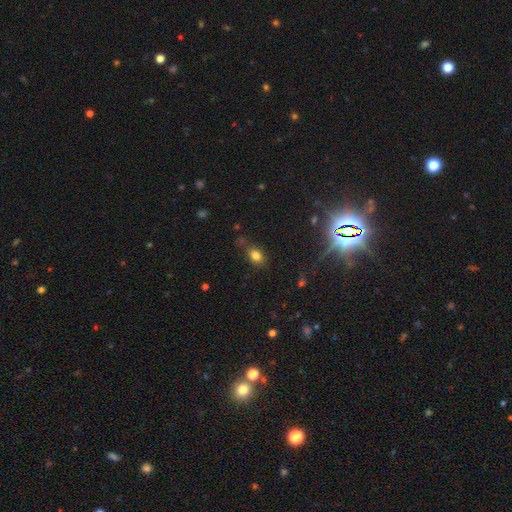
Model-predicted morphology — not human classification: Smooth or featured? smooth (78%)
How rounded? in between (63%)
Merging? none (72%)